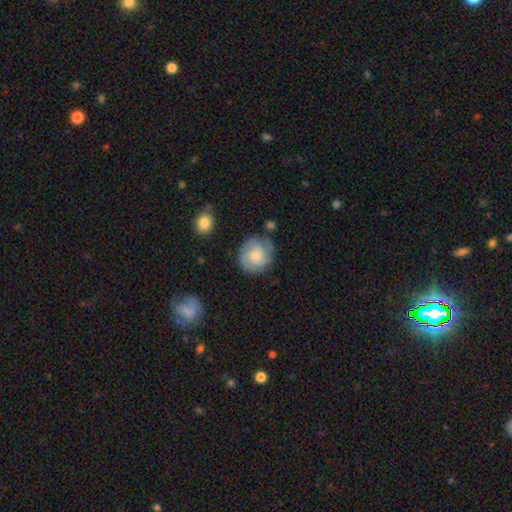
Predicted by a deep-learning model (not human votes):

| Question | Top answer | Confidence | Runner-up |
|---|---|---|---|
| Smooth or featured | smooth | 48% | featured or disk (45%) |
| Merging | none | 75% | minor disturbance (17%) |